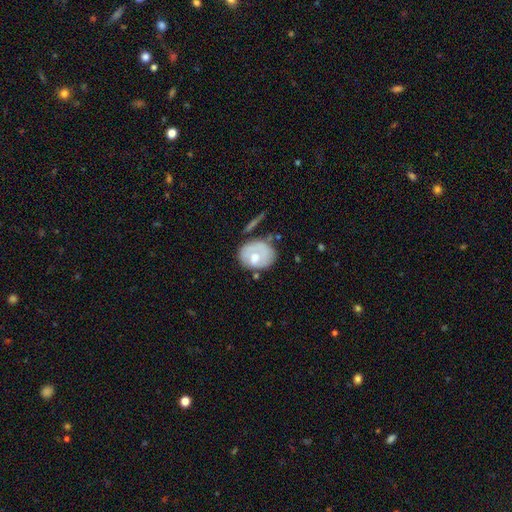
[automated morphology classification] The model was most divided on "how rounded": round: 51%, in between: 48%, cigar-shaped: 1%. More confident: merging — none (55%); smooth or featured — smooth (53%).